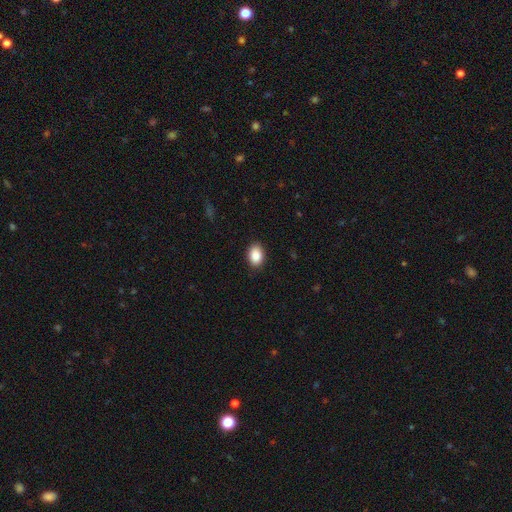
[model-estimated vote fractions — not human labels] smooth_or_featured: smooth (p=0.89) [alt: star or artifact p=0.08]
how_rounded: in between (p=0.81) [alt: round p=0.18]
merging: none (p=0.89) [alt: minor disturbance p=0.09]